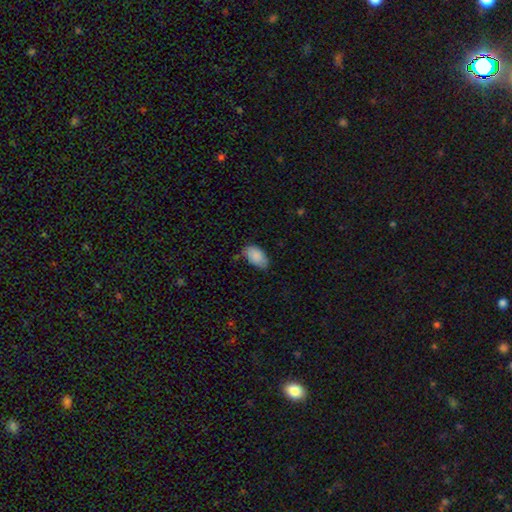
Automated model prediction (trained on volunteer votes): smooth_or_featured: smooth (p=0.88) [alt: star or artifact p=0.06]
how_rounded: in between (p=0.94) [alt: round p=0.04]
merging: none (p=0.68) [alt: minor disturbance p=0.25]